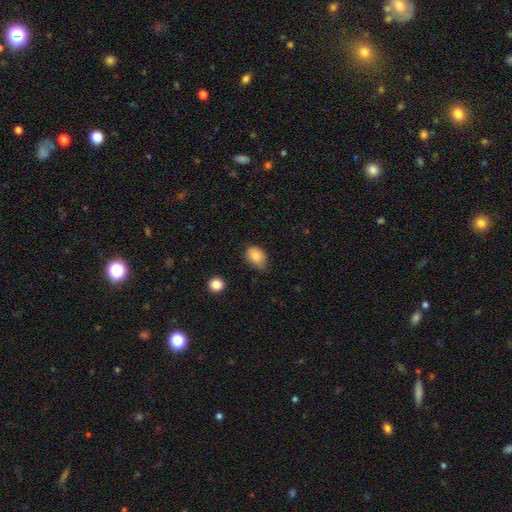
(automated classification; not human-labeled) The model was most divided on "merging": none: 55%, minor disturbance: 37%, major disturbance: 6%, merger: 2%. More confident: smooth or featured — smooth (84%); how rounded — in between (76%).